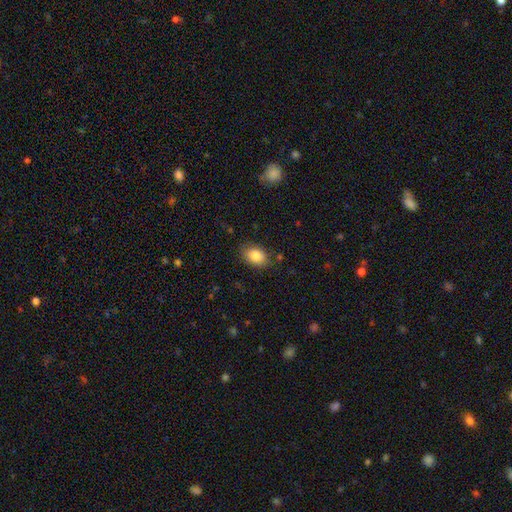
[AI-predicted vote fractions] Q: Smooth or featured?
A: smooth (85%); runner-up: star or artifact (8%)
Q: How rounded?
A: in between (81%); runner-up: round (18%)
Q: Merging?
A: none (81%); runner-up: minor disturbance (14%)